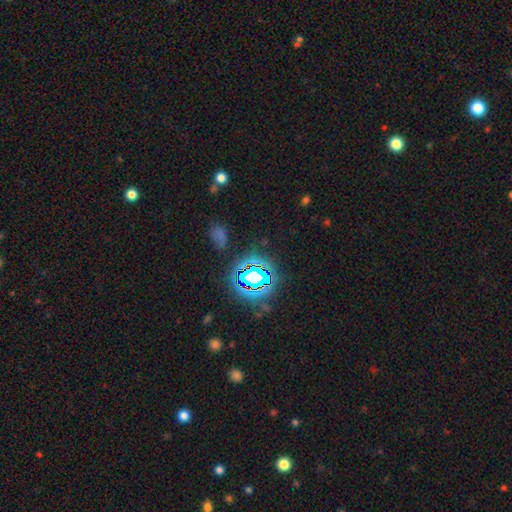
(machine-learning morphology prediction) Smooth or featured: star or artifact — 74% (smooth — 17%)